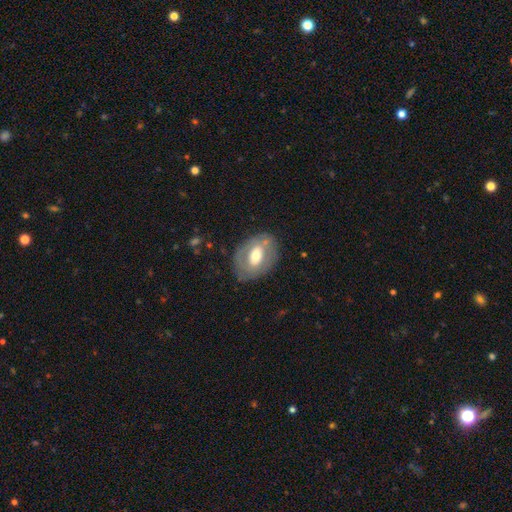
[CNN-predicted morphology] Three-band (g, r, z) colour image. It shows a featured or disk galaxy (50%). Merging: none (74%).